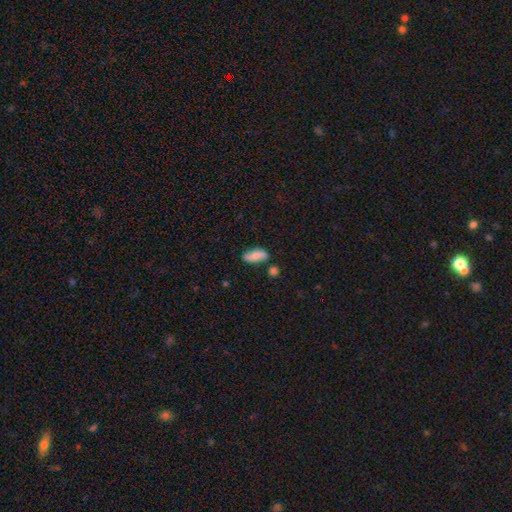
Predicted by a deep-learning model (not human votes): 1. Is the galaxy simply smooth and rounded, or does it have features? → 74% smooth, 18% featured or disk, 8% star or artifact.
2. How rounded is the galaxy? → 79% in between, 17% cigar-shaped, 3% round.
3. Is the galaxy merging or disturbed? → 67% none, 19% minor disturbance, 9% merger, 5% major disturbance.